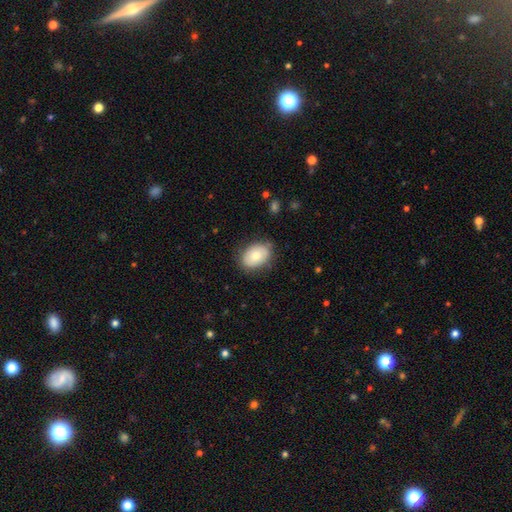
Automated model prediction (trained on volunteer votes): Smooth or featured: smooth — 75% (featured or disk — 18%)
How rounded: in between — 78% (round — 21%)
Merging: none — 80% (minor disturbance — 15%)